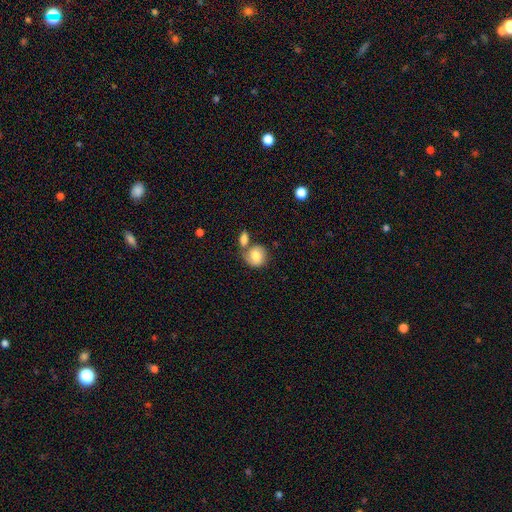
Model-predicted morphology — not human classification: smooth_or_featured: smooth (p=0.72) [alt: featured or disk p=0.21]
how_rounded: round (p=0.77) [alt: in between p=0.22]
merging: none (p=0.45) [alt: merger p=0.34]